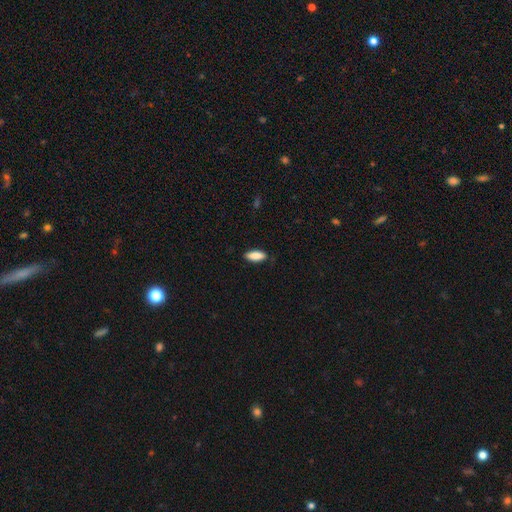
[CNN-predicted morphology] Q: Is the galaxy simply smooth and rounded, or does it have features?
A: smooth — 87%.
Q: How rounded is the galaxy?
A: in between — 77%.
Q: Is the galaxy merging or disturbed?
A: none — 82%.